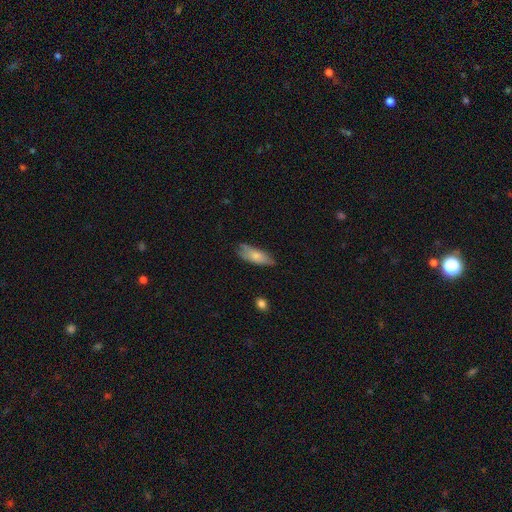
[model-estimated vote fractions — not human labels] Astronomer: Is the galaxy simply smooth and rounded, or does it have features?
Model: smooth — 74%.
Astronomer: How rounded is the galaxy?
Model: in between — 70%.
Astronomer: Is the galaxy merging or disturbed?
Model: none — 64%.